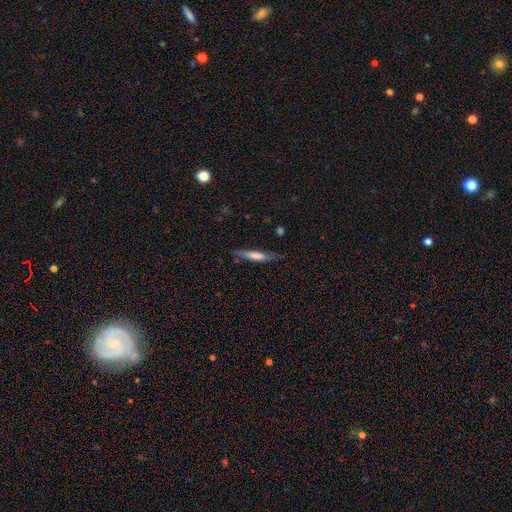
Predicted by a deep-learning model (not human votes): A smooth galaxy with no disk features (66%) that is cigar-shaped (84%).

Vote fractions:
- Smooth or featured? smooth: 66% / featured or disk: 27% / star or artifact: 6%
- How rounded? cigar-shaped: 84% / in between: 15% / round: 1%
- Merging? none: 73% / minor disturbance: 20% / major disturbance: 5% / merger: 2%